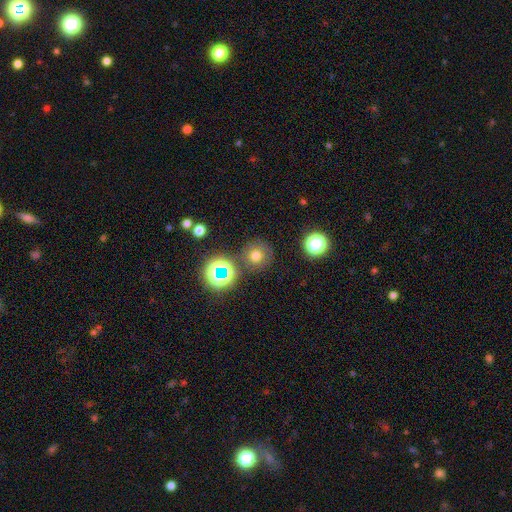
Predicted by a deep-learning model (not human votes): smooth-or-featured: smooth: 67% | star or artifact: 22% | featured or disk: 11%
  how-rounded: round: 94% | in between: 5% | cigar-shaped: 1%
  merging: none: 80% | minor disturbance: 9% | merger: 6% | major disturbance: 4%